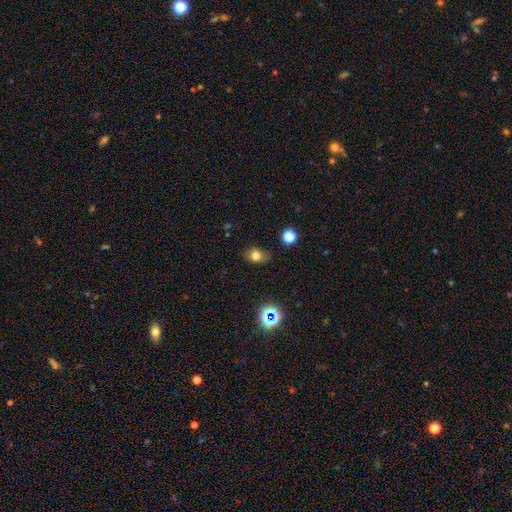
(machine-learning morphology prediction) smooth-or-featured: smooth: 74% | star or artifact: 15% | featured or disk: 10%
  how-rounded: in between: 60% | round: 38% | cigar-shaped: 2%
  merging: none: 72% | minor disturbance: 21% | major disturbance: 5% | merger: 2%